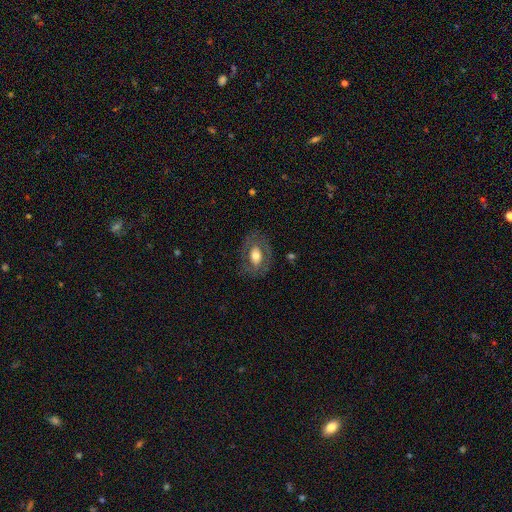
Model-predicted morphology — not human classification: Smooth or featured: smooth — 47% (featured or disk — 46%)
Merging: none — 74% (minor disturbance — 15%)